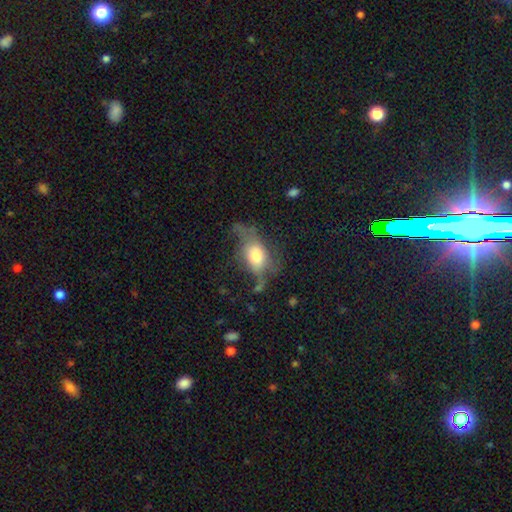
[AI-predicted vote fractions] smooth_or_featured: smooth (p=0.57) [alt: featured or disk p=0.34]
how_rounded: in between (p=0.78) [alt: round p=0.16]
merging: none (p=0.35) [alt: major disturbance p=0.33]